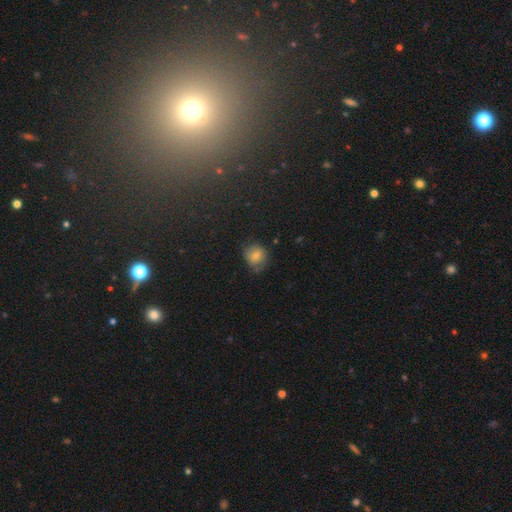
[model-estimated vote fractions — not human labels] Q: Smooth or featured?
A: smooth (72%); runner-up: star or artifact (14%)
Q: How rounded?
A: round (80%); runner-up: in between (19%)
Q: Merging?
A: none (65%); runner-up: minor disturbance (26%)